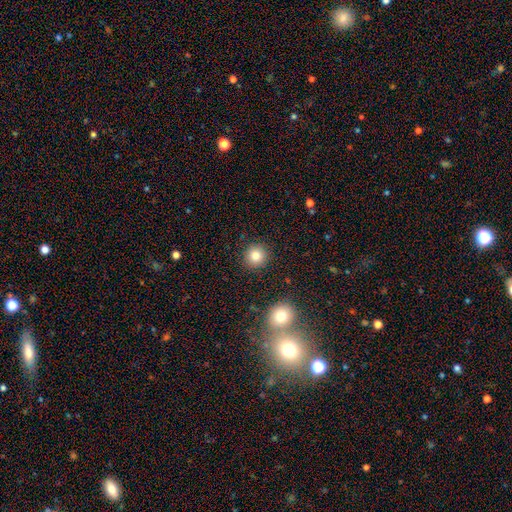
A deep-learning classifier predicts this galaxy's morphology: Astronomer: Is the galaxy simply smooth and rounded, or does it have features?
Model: smooth — 81%.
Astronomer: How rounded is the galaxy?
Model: round — 93%.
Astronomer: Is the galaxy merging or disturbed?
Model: none — 90%.